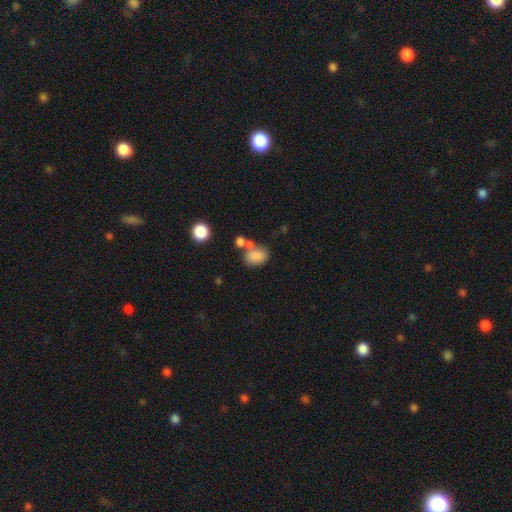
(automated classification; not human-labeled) Smooth or featured? Predicted: smooth (p=0.80). How rounded? Predicted: in between (p=0.70). Merging? Predicted: none (p=0.42).